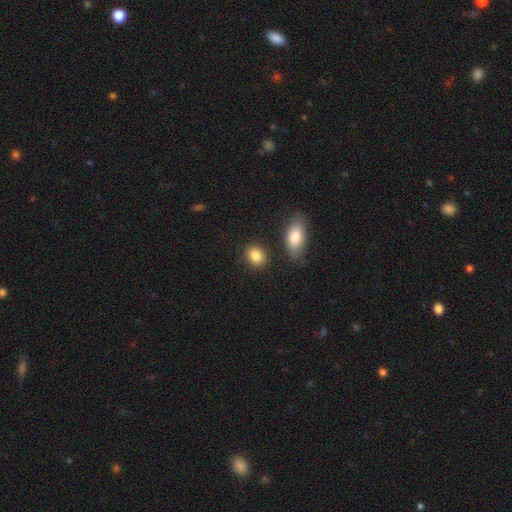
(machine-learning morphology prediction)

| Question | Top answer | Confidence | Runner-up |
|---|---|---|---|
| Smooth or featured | smooth | 86% | star or artifact (8%) |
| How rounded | in between | 59% | round (39%) |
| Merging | none | 82% | minor disturbance (9%) |